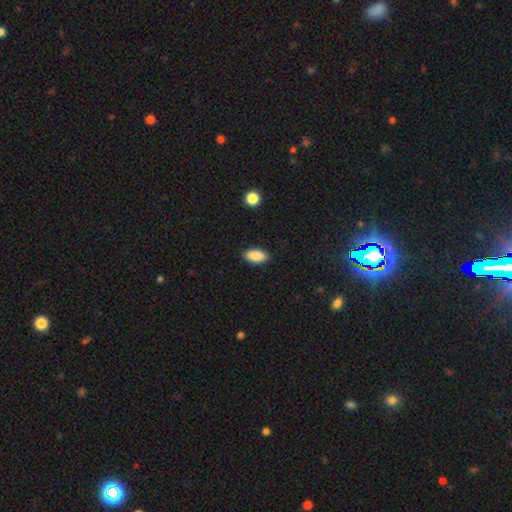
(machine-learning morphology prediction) Overall: smooth (89%). How rounded: in between (91%). Merging: none (89%).